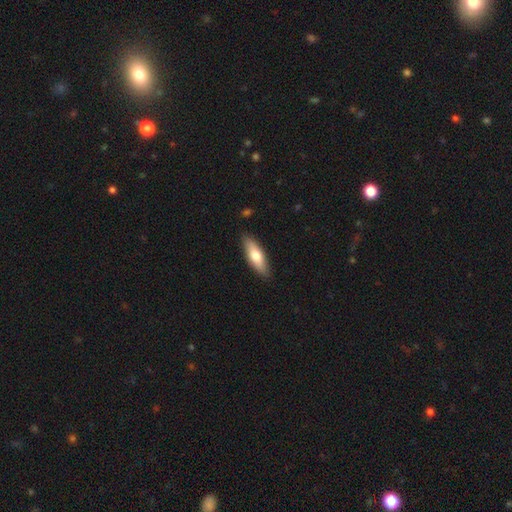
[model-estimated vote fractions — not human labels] smooth_or_featured: smooth (p=0.66) [alt: featured or disk p=0.28]
how_rounded: in between (p=0.51) [alt: cigar-shaped p=0.47]
merging: none (p=0.87) [alt: minor disturbance p=0.10]